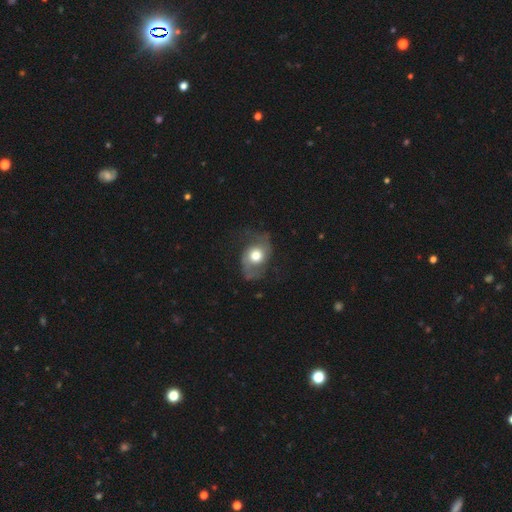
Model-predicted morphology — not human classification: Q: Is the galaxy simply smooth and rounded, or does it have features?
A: featured or disk — 69%.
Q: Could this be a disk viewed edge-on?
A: no — 97%.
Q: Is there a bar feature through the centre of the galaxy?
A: no — 75%.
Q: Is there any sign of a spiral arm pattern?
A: yes — 86%.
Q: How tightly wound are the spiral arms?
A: loose — 50%.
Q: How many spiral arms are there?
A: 2 — 90%.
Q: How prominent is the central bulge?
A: moderate — 51%.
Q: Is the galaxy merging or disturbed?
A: none — 60%.